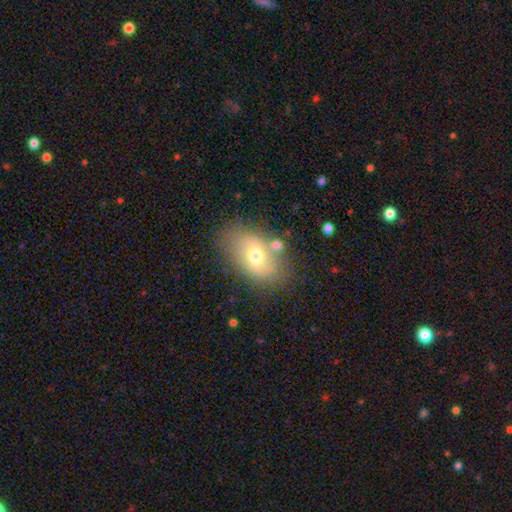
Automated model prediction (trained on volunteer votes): Overall: smooth (58%; featured or disk 32%). How rounded: in between (85%). Merging: none (70%).